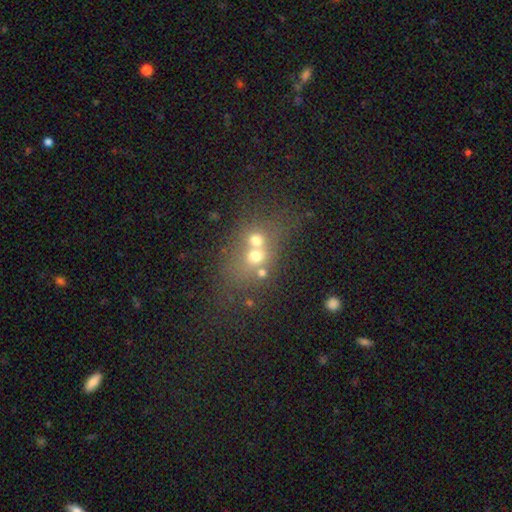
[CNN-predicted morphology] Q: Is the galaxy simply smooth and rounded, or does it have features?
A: smooth — 58%.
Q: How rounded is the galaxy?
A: round — 65%.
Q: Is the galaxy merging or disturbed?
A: merger — 62%.